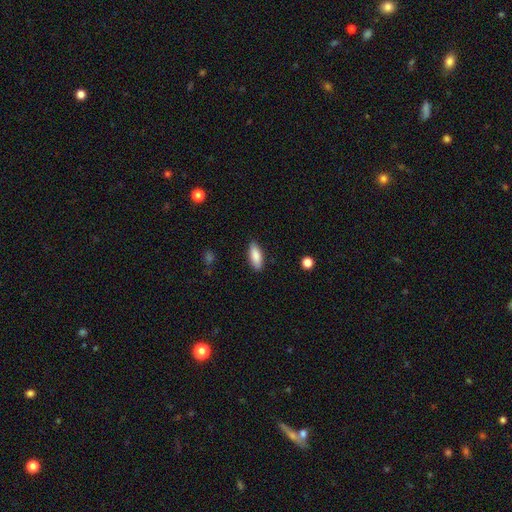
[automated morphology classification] Overall: smooth (86%). How rounded: in between (73%). Merging: none (87%).